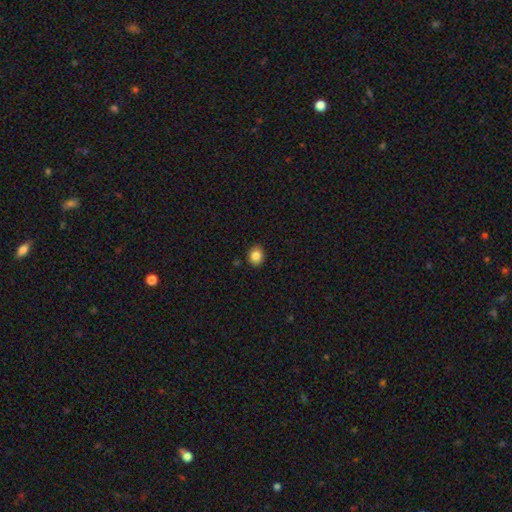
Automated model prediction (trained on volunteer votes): Smooth or featured? Predicted: smooth (p=0.85). How rounded? Predicted: round (p=0.63). Merging? Predicted: none (p=0.88).